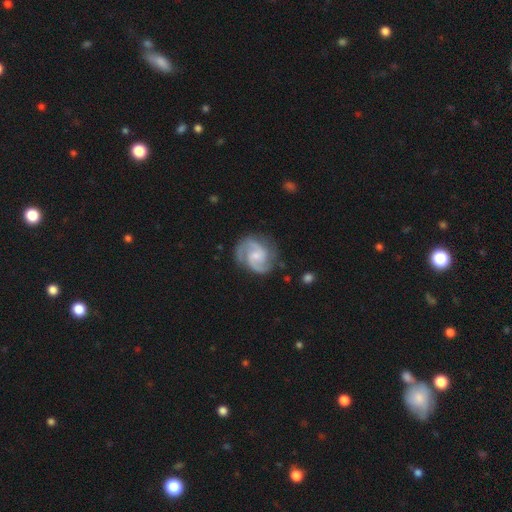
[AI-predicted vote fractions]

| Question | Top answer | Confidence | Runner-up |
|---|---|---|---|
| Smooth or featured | featured or disk | 88% | smooth (7%) |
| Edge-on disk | no | 98% | yes (2%) |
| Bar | no | 49% | weak (43%) |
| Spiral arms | yes | 98% | no (2%) |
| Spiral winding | medium | 56% | tight (30%) |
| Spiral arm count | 2 | 86% | 3 (6%) |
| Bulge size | small | 55% | moderate (31%) |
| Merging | none | 75% | minor disturbance (17%) |